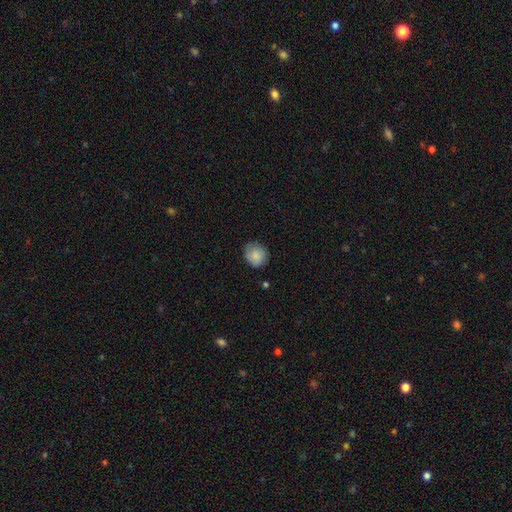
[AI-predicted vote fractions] This appears to be a smooth galaxy with no disk features (85%) that is round (78%). Merging: none (77%).